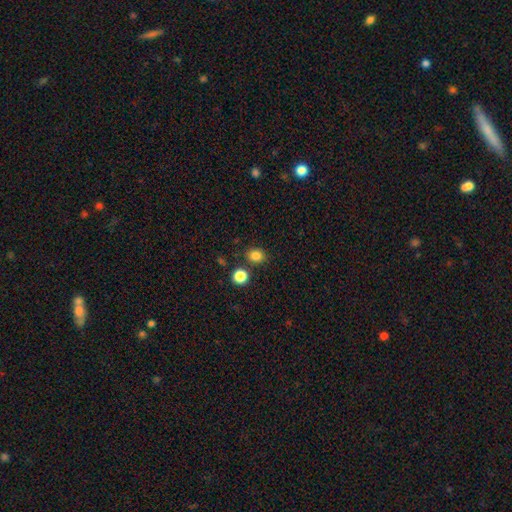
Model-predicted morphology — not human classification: Smooth or featured? smooth (84%)
How rounded? round (66%)
Merging? none (82%)